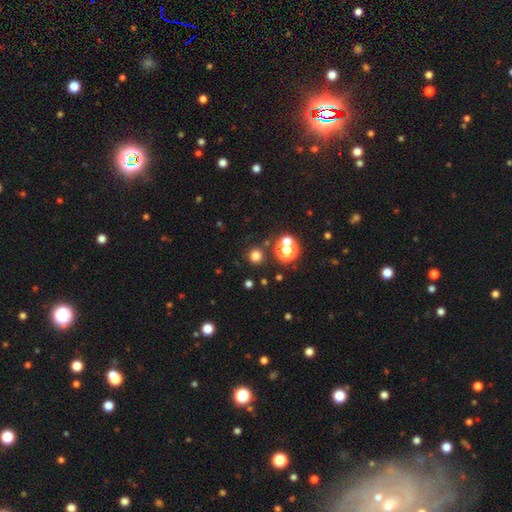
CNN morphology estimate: Smooth or featured? Predicted: smooth (p=0.73). How rounded? Predicted: round (p=0.93). Merging? Predicted: none (p=0.86).